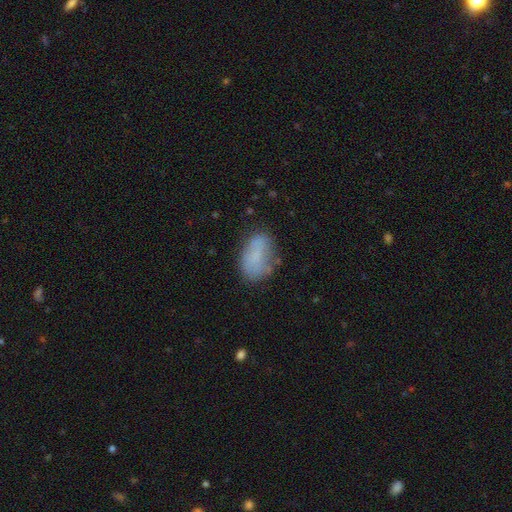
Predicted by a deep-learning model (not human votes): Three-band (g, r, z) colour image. It shows a smooth galaxy with no disk features (70%) that is in between round and cigar-shaped (91%). Merging: none (63%).